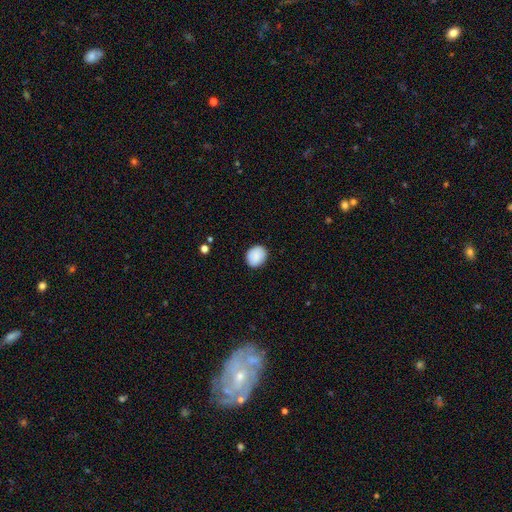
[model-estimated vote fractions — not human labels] smooth 87%, star or artifact 7%, featured or disk 6%. Down the decision tree: how rounded — round (60%); merging — none (87%).